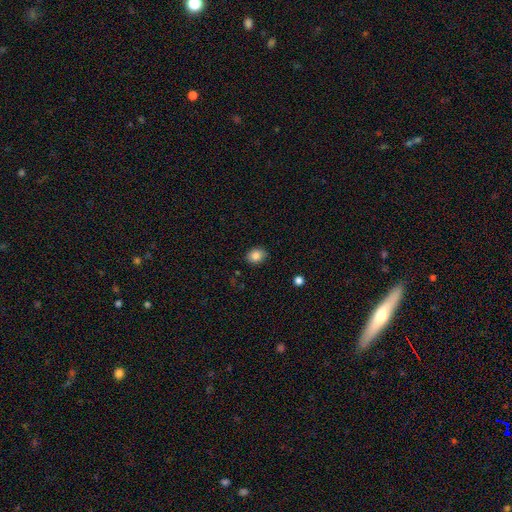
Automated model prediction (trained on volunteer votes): Morphology: type=smooth (86%); roundness=round (53%); merging=none (87%).